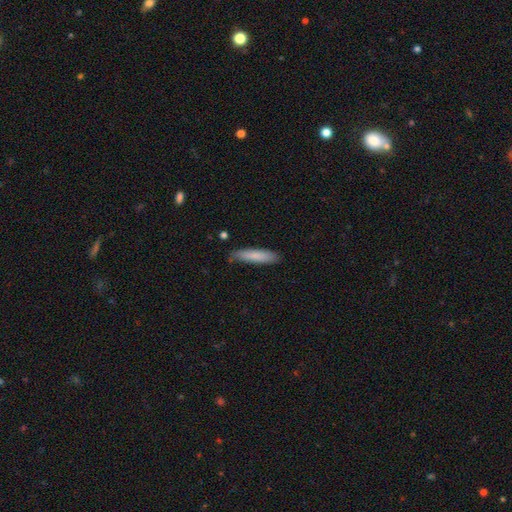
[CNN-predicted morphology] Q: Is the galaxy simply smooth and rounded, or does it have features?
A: smooth — 80%.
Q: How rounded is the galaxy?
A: cigar-shaped — 85%.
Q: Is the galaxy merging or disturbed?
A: none — 82%.